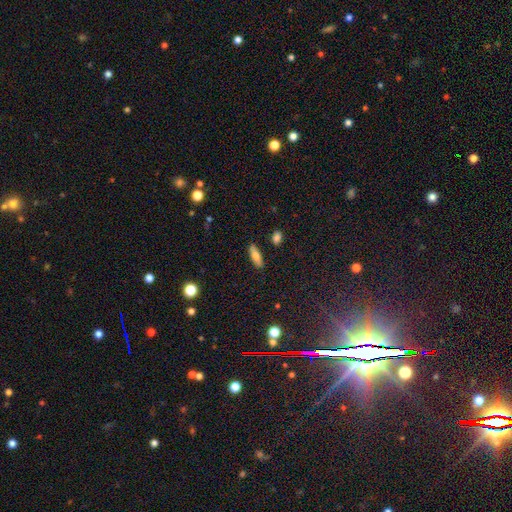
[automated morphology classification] A smooth galaxy with no disk features (71%) that is in between round and cigar-shaped (54%).

Vote fractions:
- Smooth or featured? smooth: 71% / featured or disk: 21% / star or artifact: 8%
- How rounded? in between: 54% / cigar-shaped: 43% / round: 3%
- Merging? none: 86% / minor disturbance: 9% / merger: 2% / major disturbance: 2%